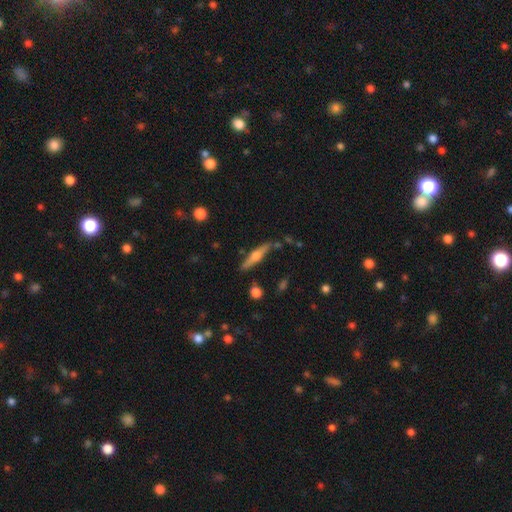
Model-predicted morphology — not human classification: This is possibly a featured or disk galaxy (59%). It is clearly viewed edge-on (94%). Edge-on bulge: clearly rounded (91%). Merging: likely none (80%).